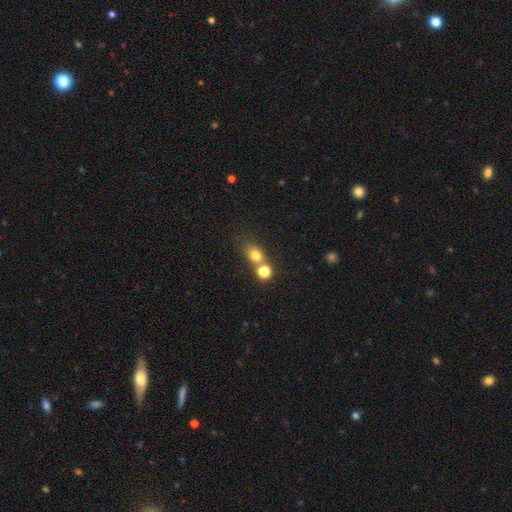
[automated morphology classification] smooth 74%, star or artifact 15%, featured or disk 11%. Down the decision tree: how rounded — round (56%); merging — none (48%).